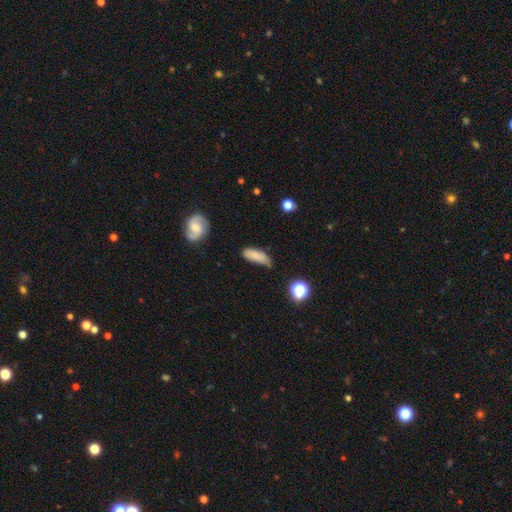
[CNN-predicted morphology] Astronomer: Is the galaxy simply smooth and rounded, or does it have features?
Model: smooth — 77%.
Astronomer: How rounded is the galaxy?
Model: in between — 63%.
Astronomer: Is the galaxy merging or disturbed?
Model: none — 52% (runner-up: minor disturbance, 35%).